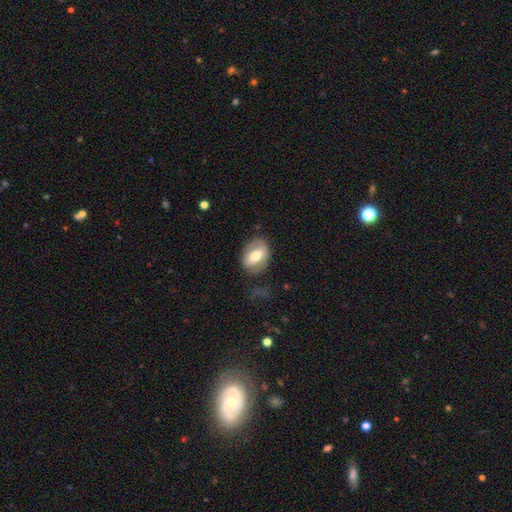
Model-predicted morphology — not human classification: A smooth galaxy with no disk features (49%). Merging: none (68%).